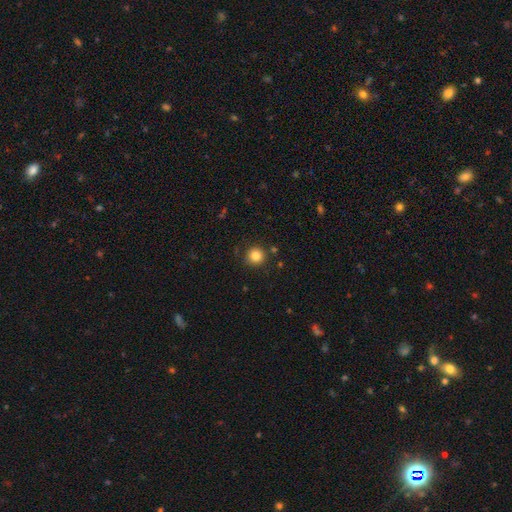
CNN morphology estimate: Overall: smooth (84%). How rounded: round (94%). Merging: none (88%).